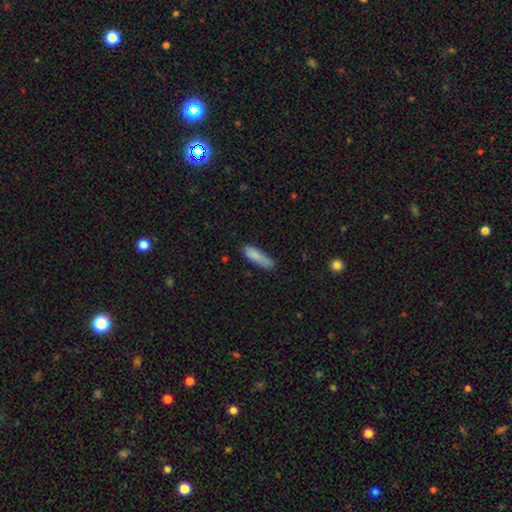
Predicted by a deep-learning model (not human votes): Overall: smooth (84%). How rounded: cigar-shaped (65%; in between 34%). Merging: none (63%; minor disturbance 27%).